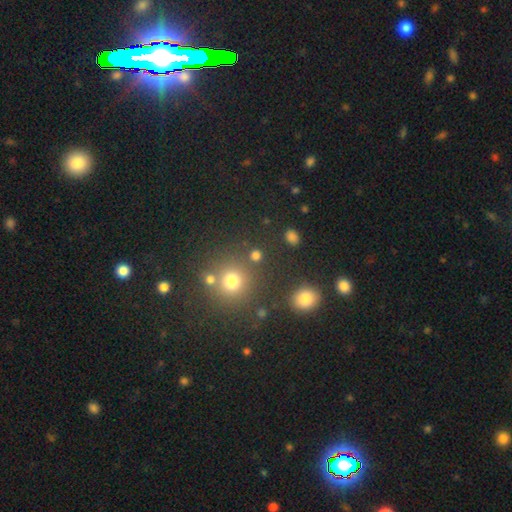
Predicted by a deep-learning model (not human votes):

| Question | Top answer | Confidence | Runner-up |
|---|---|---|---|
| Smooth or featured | smooth | 74% | star or artifact (20%) |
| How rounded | round | 85% | in between (14%) |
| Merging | none | 80% | merger (9%) |